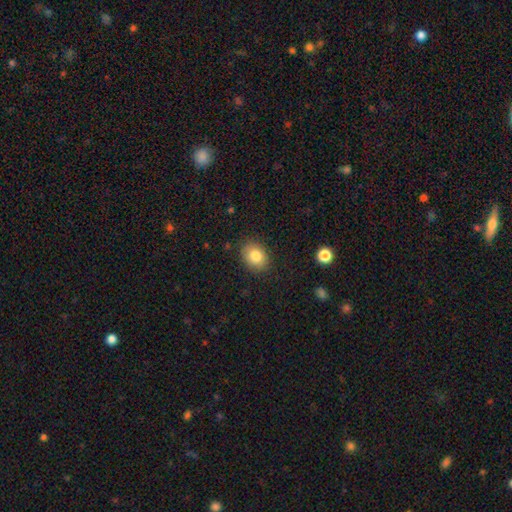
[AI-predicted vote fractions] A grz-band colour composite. It shows a smooth galaxy with no disk features (82%) that is in between round and cigar-shaped (58%). Merging: none (86%).